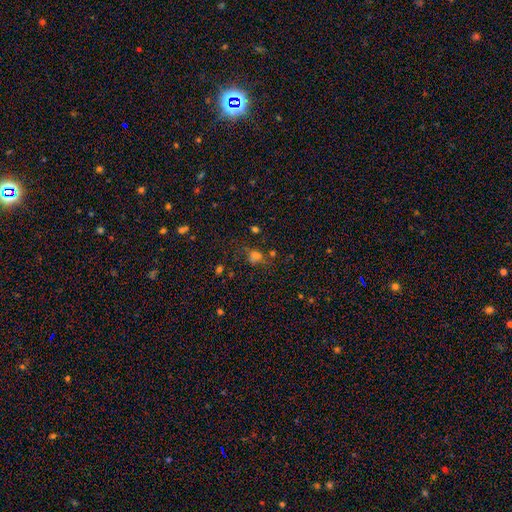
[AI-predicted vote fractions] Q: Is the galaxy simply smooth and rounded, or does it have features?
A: smooth — 61%.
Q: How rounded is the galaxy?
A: round — 59%.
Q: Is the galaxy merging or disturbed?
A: none — 52%.